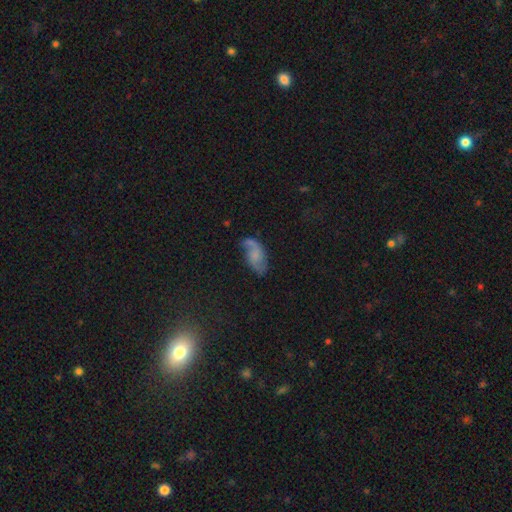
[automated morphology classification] Q: Smooth or featured?
A: featured or disk (58%); runner-up: smooth (34%)
Q: Edge-on disk?
A: no (96%); runner-up: yes (4%)
Q: Bar?
A: no (64%); runner-up: weak (31%)
Q: Spiral arms?
A: yes (88%); runner-up: no (12%)
Q: Bulge size?
A: small (45%); runner-up: none (29%)
Q: Merging?
A: none (52%); runner-up: minor disturbance (28%)